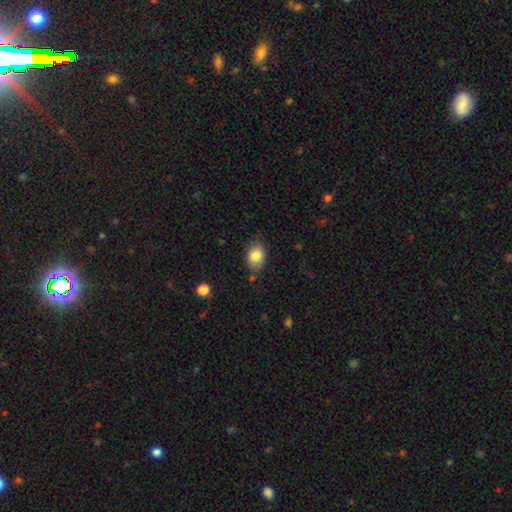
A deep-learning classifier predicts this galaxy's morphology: A smooth galaxy with no disk features (84%) that is in between round and cigar-shaped (73%).

Vote fractions:
- Smooth or featured? smooth: 84% / star or artifact: 8% / featured or disk: 8%
- How rounded? in between: 73% / round: 25% / cigar-shaped: 1%
- Merging? none: 73% / minor disturbance: 20% / major disturbance: 4% / merger: 3%